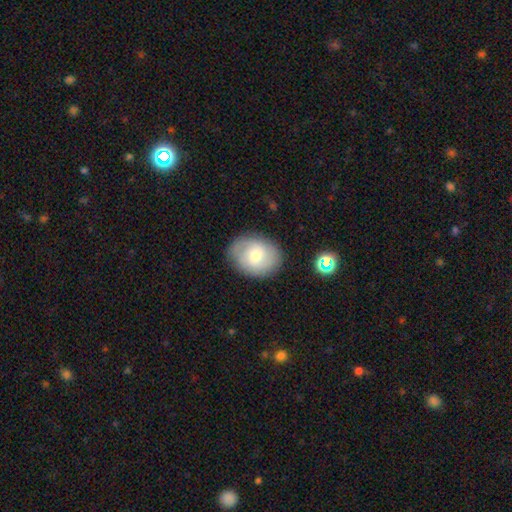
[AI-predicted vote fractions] Overall: smooth (54%; featured or disk 38%). How rounded: in between (60%; round 39%). Merging: none (79%).